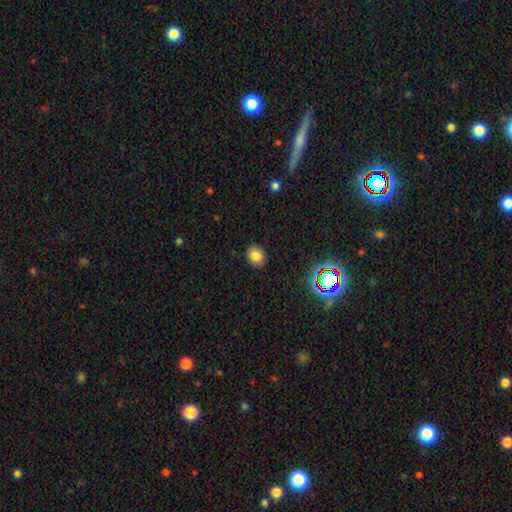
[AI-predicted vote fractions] The model was most divided on "how rounded": round: 65%, in between: 34%, cigar-shaped: 1%. More confident: merging — none (89%); smooth or featured — smooth (80%).